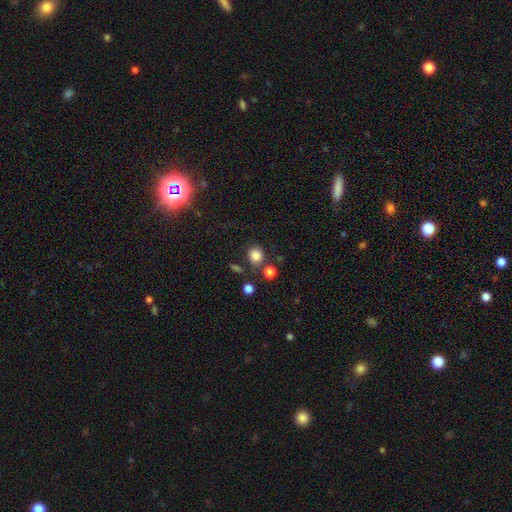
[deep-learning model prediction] Smooth or featured?
  - smooth: 82% *
  - star or artifact: 12%
  - featured or disk: 6%
How rounded?
  - round: 80% *
  - in between: 19%
  - cigar-shaped: 1%
Merging?
  - none: 72% *
  - minor disturbance: 13%
  - merger: 10%
  - major disturbance: 5%